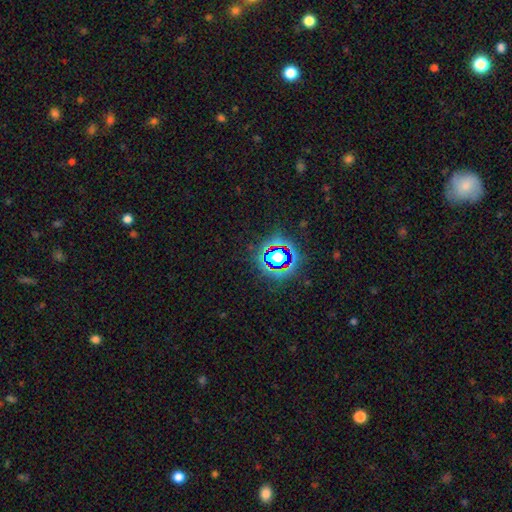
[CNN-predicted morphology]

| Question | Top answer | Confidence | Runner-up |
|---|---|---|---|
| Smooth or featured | star or artifact | 80% | smooth (12%) |